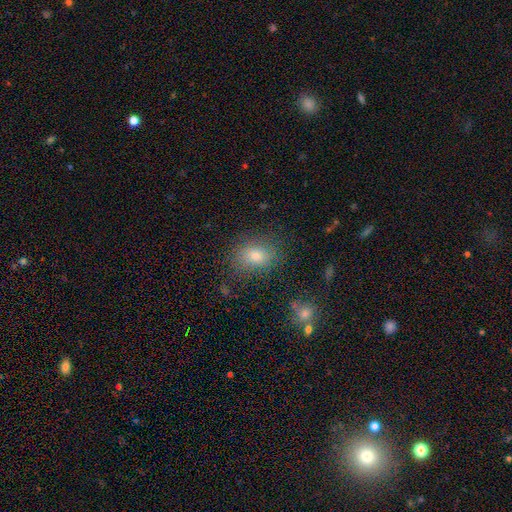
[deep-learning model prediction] The model was most divided on "how rounded": in between: 62%, round: 37%, cigar-shaped: 1%. More confident: merging — none (79%); smooth or featured — smooth (76%).